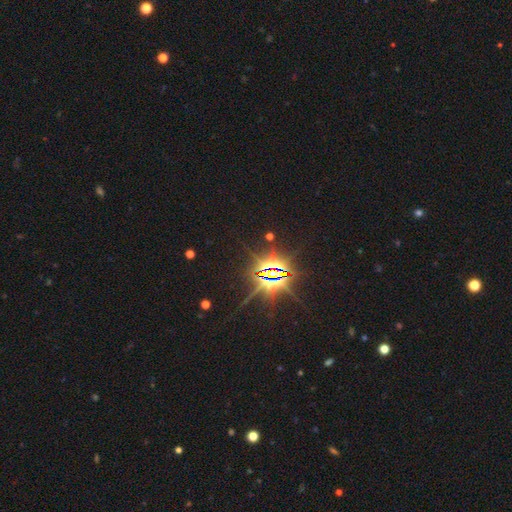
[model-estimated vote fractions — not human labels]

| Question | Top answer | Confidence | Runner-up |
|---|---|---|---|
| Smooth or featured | star or artifact | 88% | smooth (6%) |